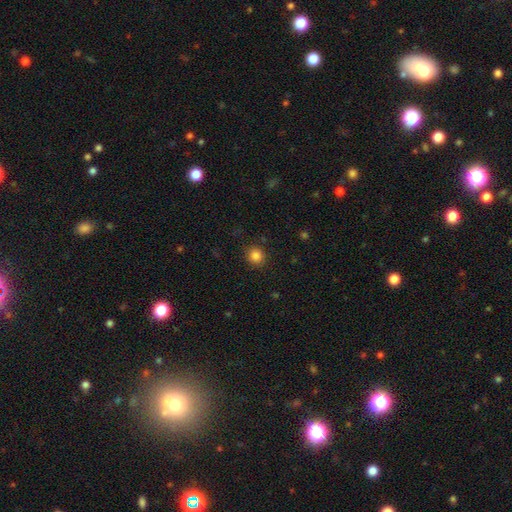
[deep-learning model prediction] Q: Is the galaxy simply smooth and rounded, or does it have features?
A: smooth — 85%.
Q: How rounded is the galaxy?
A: round — 88%.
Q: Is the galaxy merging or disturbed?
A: none — 89%.